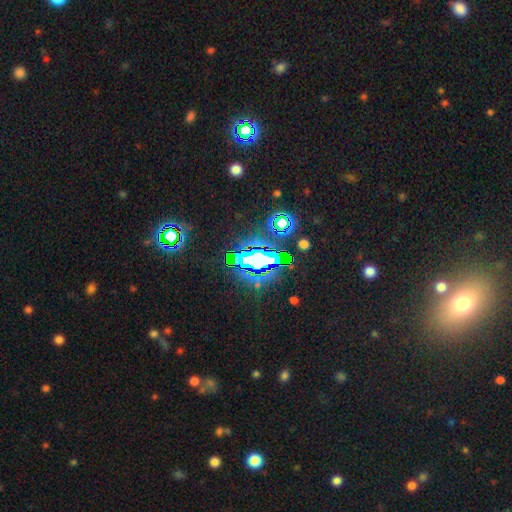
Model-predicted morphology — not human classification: A star or artifact, not a galaxy (74%).

Vote fractions:
- Smooth or featured? star or artifact: 74% / smooth: 15% / featured or disk: 11%